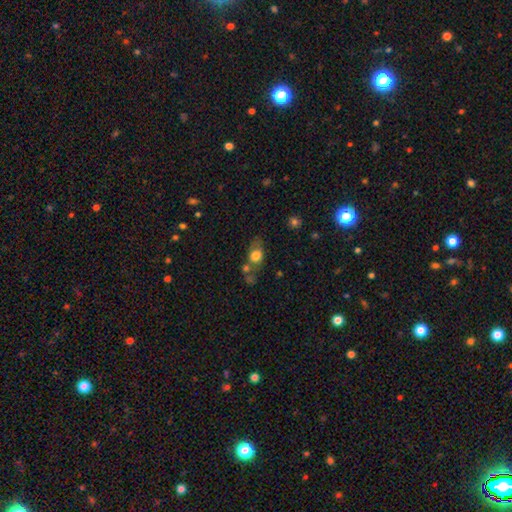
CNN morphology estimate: Smooth or featured: smooth — 69% (featured or disk — 21%)
How rounded: in between — 65% (round — 30%)
Merging: none — 44% (merger — 24%)